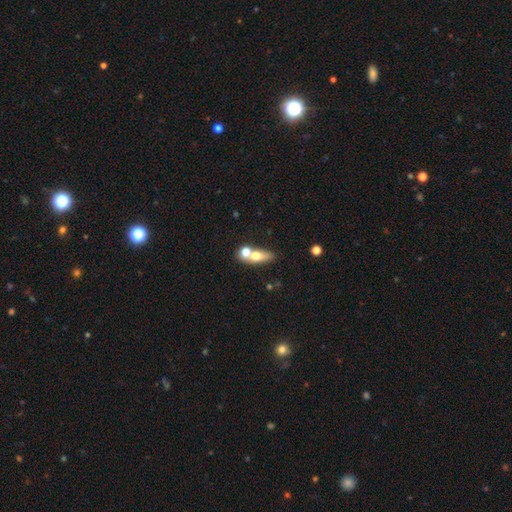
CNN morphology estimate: Overall: smooth (64%; featured or disk 27%). How rounded: in between (59%; cigar-shaped 24%). Merging: none (44%; merger 41%).